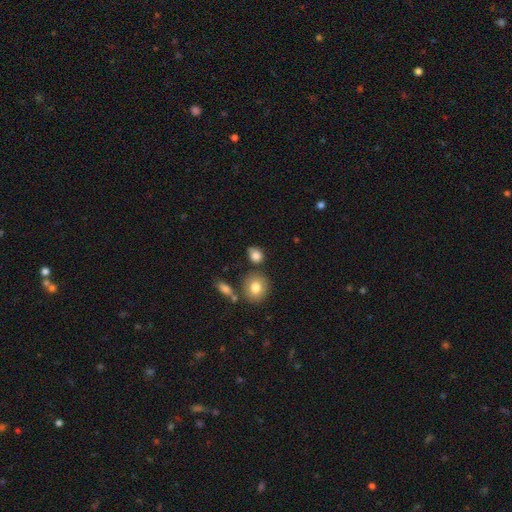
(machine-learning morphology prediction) smooth_or_featured: smooth (p=0.82) [alt: star or artifact p=0.10]
how_rounded: round (p=0.53) [alt: in between p=0.45]
merging: none (p=0.65) [alt: minor disturbance p=0.19]